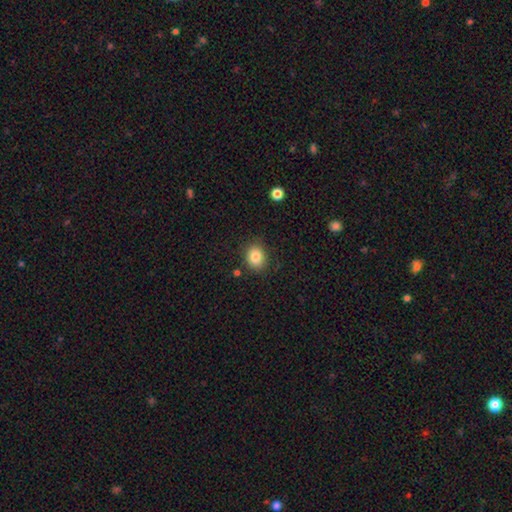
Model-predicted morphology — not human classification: Smooth or featured? smooth (84%)
How rounded? round (59%)
Merging? none (83%)